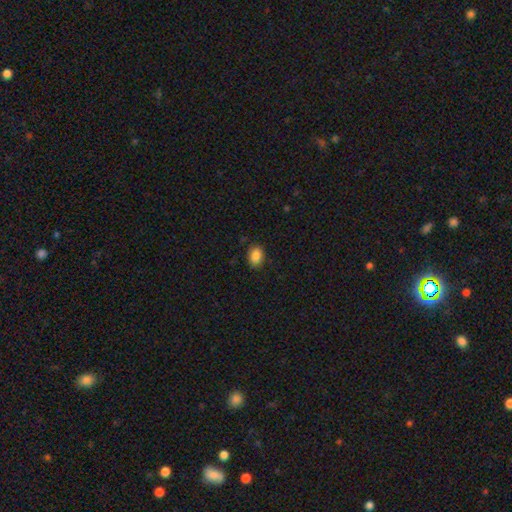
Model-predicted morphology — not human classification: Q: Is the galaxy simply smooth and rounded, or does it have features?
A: smooth — 87%.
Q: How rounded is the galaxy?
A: in between — 77%.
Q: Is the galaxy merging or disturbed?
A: none — 84%.